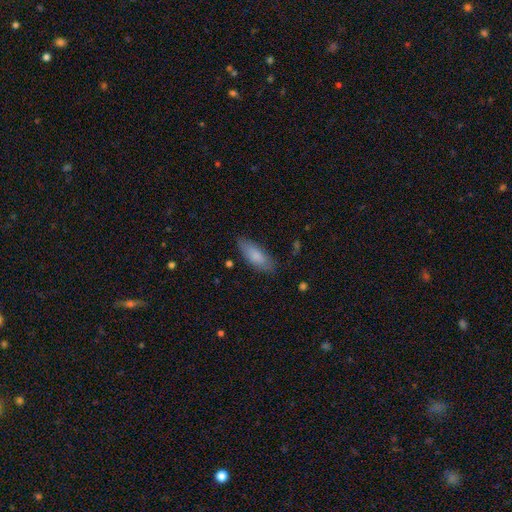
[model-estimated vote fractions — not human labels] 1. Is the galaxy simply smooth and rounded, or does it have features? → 83% smooth, 11% featured or disk, 6% star or artifact.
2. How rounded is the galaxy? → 70% in between, 29% cigar-shaped, 2% round.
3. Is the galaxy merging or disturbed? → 82% none, 14% minor disturbance, 3% major disturbance, 1% merger.